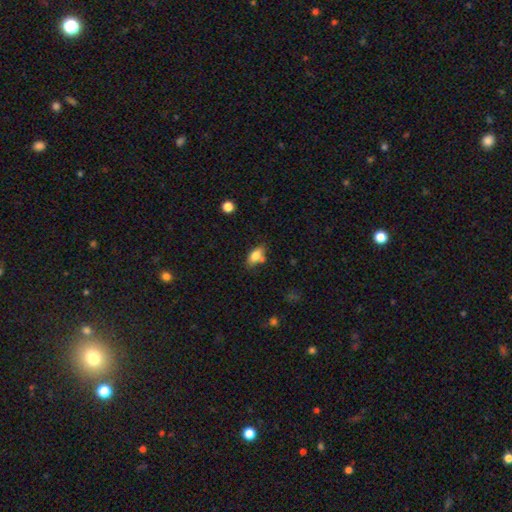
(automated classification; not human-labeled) Smooth or featured?
  - smooth: 75% *
  - featured or disk: 16%
  - star or artifact: 9%
How rounded?
  - in between: 85% *
  - cigar-shaped: 9%
  - round: 6%
Merging?
  - none: 63% *
  - minor disturbance: 19%
  - merger: 13%
  - major disturbance: 5%